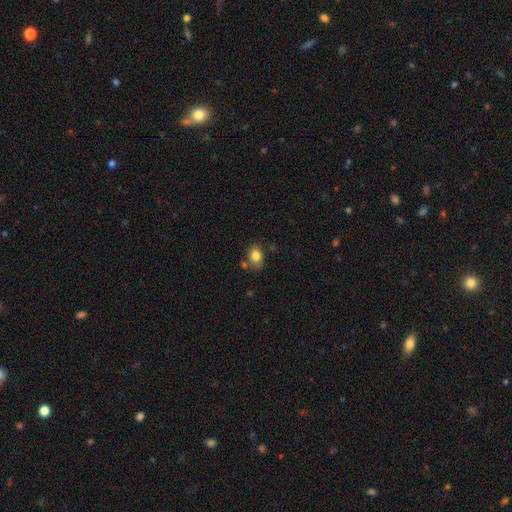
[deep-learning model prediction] This is clearly a smooth galaxy (81%). How rounded: likely in between (69%). Merging: likely none (68%).